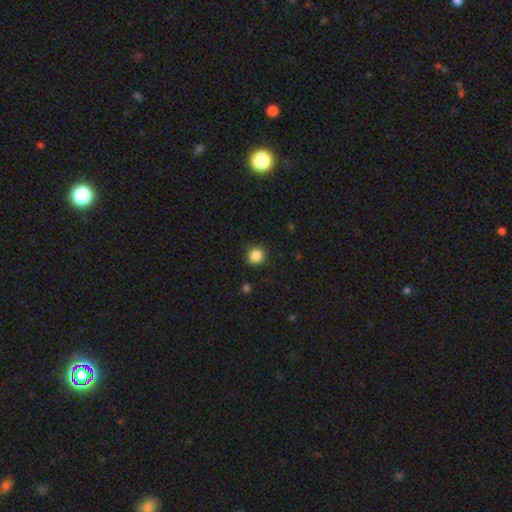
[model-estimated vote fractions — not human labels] Smooth or featured? smooth (86%)
How rounded? round (87%)
Merging? none (88%)